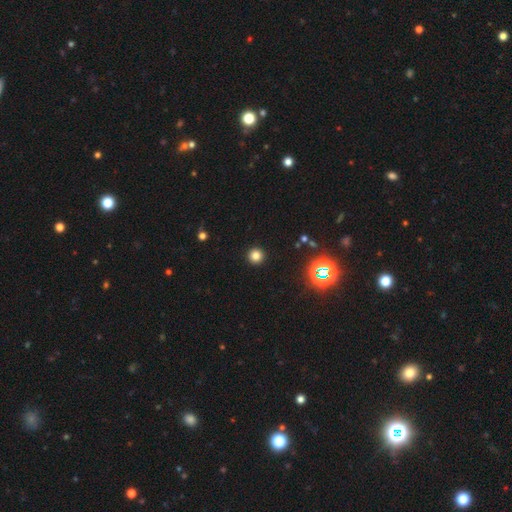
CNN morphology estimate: The model was most divided on "smooth or featured": smooth: 79%, star or artifact: 17%, featured or disk: 4%. More confident: how rounded — round (96%); merging — none (93%).